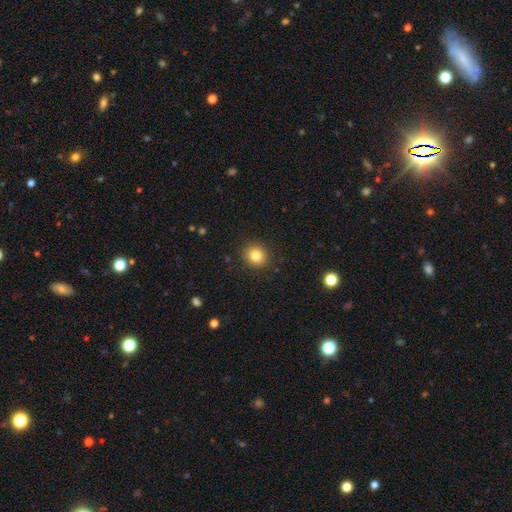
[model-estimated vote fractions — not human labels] This is clearly a smooth galaxy (82%). How rounded: clearly round (84%). Merging: clearly none (90%).